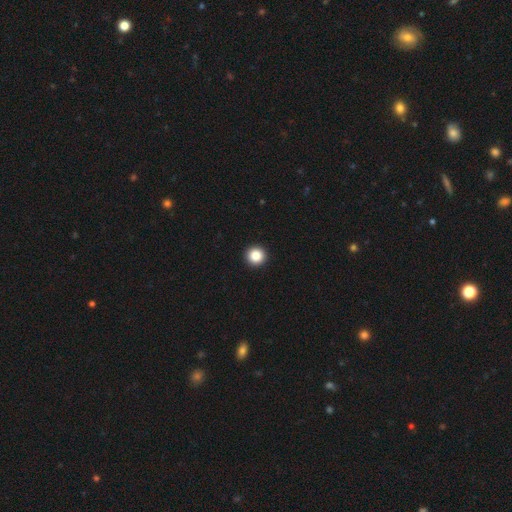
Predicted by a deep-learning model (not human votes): Overall: smooth (86%). How rounded: round (96%). Merging: none (94%).